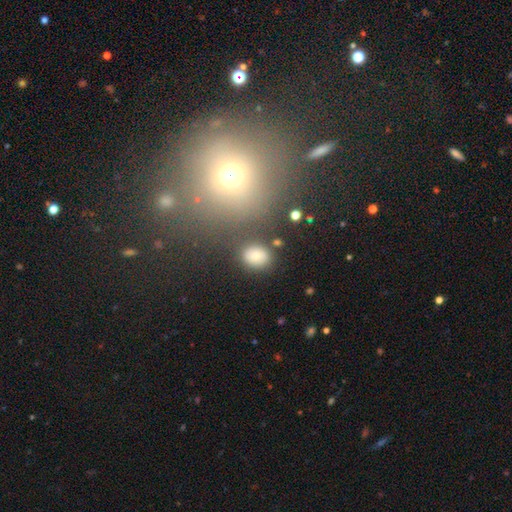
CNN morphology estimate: smooth 79%, star or artifact 12%, featured or disk 9%. Down the decision tree: how rounded — in between (59%); merging — none (77%).